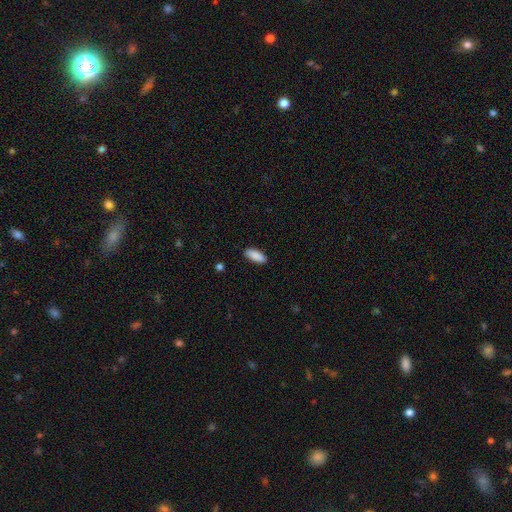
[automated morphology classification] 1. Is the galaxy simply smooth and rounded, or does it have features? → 90% smooth, 6% star or artifact, 4% featured or disk.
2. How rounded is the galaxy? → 78% in between, 20% cigar-shaped, 2% round.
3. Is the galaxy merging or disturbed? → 89% none, 8% minor disturbance, 2% major disturbance, 1% merger.